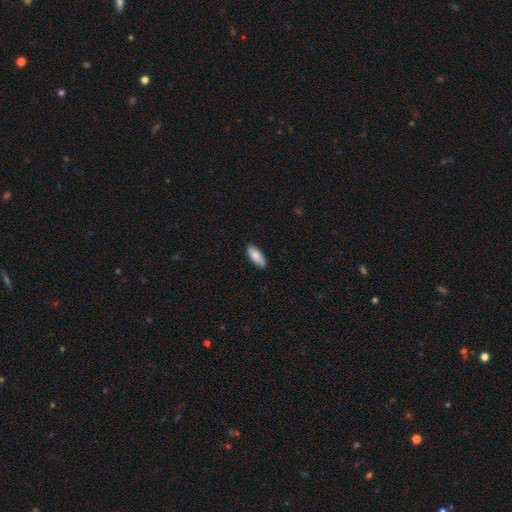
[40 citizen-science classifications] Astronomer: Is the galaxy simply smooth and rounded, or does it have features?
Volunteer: smooth — 88%.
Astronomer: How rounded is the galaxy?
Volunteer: in between — 86%.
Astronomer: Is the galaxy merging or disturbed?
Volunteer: none — 82%.